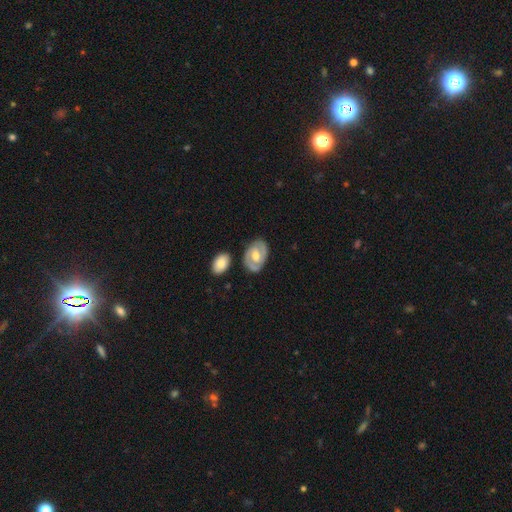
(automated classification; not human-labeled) A featured or disk galaxy (66%) with no bar (47%), spiral arms (71%) and a moderate central bulge (71%).

Vote fractions:
- Smooth or featured? featured or disk: 66% / smooth: 29% / star or artifact: 5%
- Edge-on disk? no: 95% / yes: 5%
- Bar? no: 47% / weak: 40% / strong: 13%
- Spiral arms? yes: 71% / no: 29%
- Bulge size? moderate: 71% / small: 13% / large: 13% / none: 2% / dominant: 1%
- Merging? none: 77% / minor disturbance: 14% / merger: 5% / major disturbance: 4%